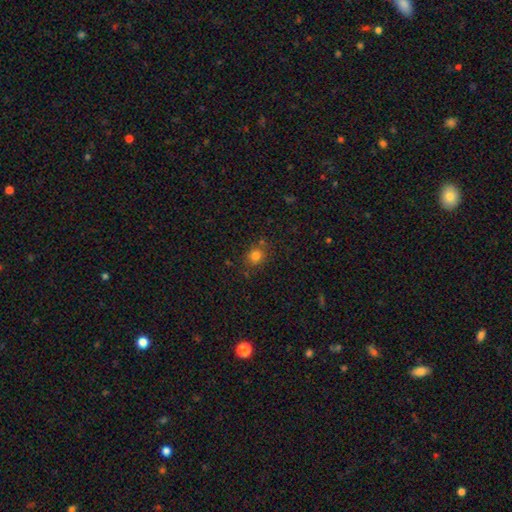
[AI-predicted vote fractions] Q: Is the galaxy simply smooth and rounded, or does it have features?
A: smooth — 80%.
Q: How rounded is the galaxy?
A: round — 81%.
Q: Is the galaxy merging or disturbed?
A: none — 78%.